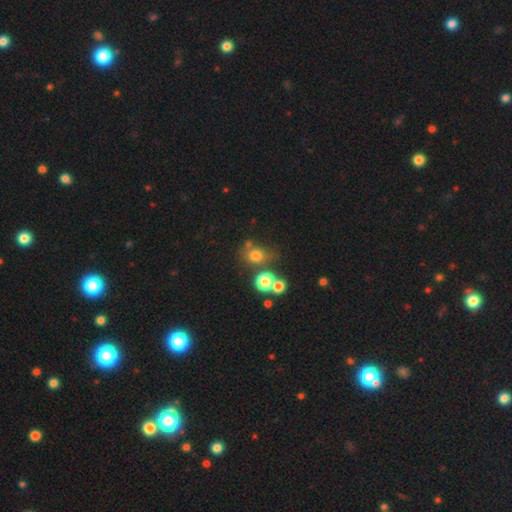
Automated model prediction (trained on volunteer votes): smooth-or-featured: smooth: 72% | star or artifact: 18% | featured or disk: 10%
  how-rounded: round: 70% | in between: 28% | cigar-shaped: 1%
  merging: none: 56% | merger: 22% | minor disturbance: 14% | major disturbance: 8%